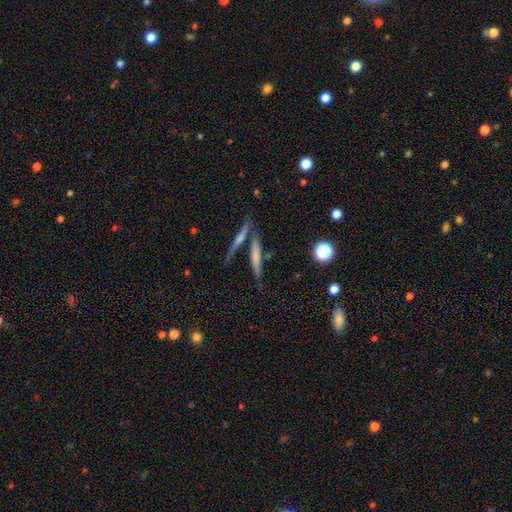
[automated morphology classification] This is possibly a smooth galaxy (51%). How rounded: clearly cigar-shaped (87%). Merging: likely none (66%).